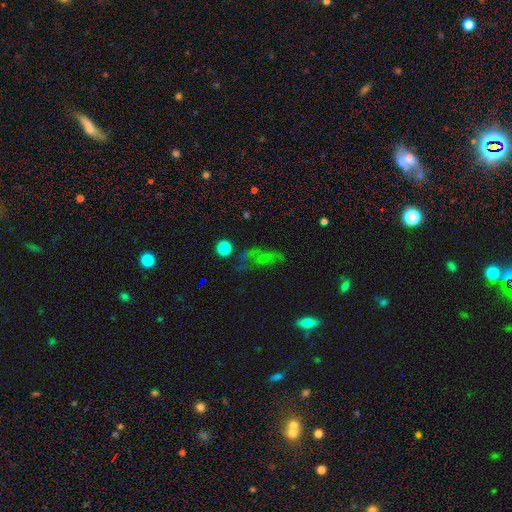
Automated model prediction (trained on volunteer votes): Smooth or featured? smooth (44%)
Merging? none (46%)